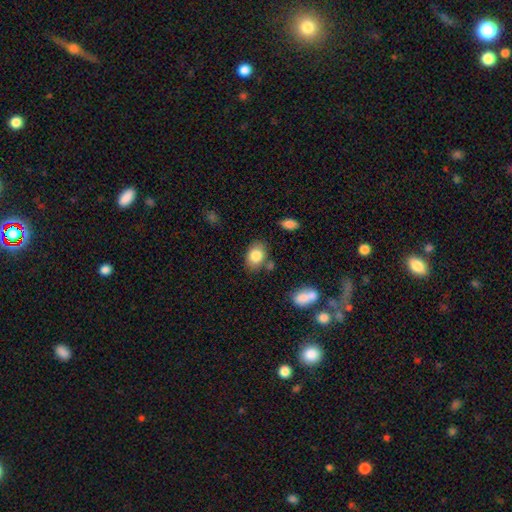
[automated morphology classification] smooth-or-featured: smooth: 83% | featured or disk: 9% | star or artifact: 8%
  how-rounded: in between: 76% | round: 23% | cigar-shaped: 1%
  merging: none: 75% | minor disturbance: 15% | merger: 6% | major disturbance: 4%